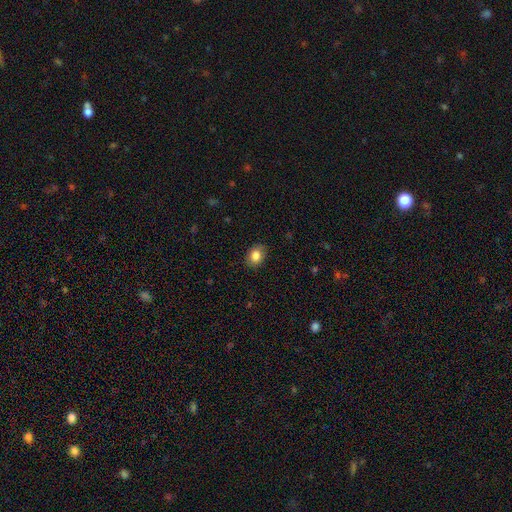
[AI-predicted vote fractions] Morphology: type=smooth (84%); roundness=in between (65%); merging=none (86%).